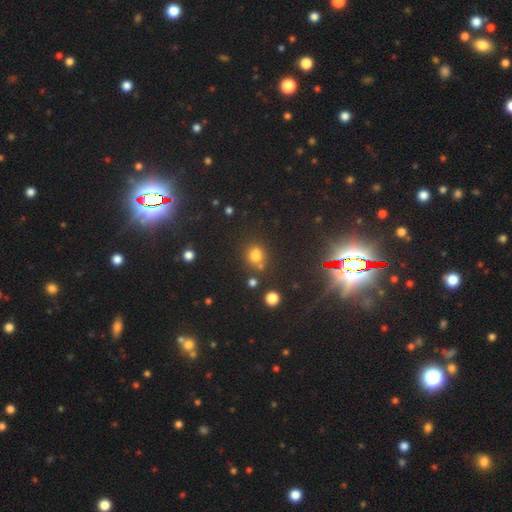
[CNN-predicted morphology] The model was most divided on "merging": none: 60%, merger: 22%, minor disturbance: 13%, major disturbance: 5%. More confident: how rounded — round (72%); smooth or featured — smooth (65%).